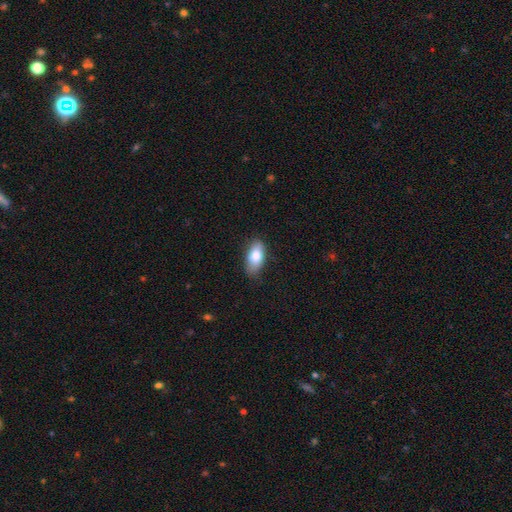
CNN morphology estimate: Overall: smooth (81%). How rounded: in between (89%). Merging: none (77%).